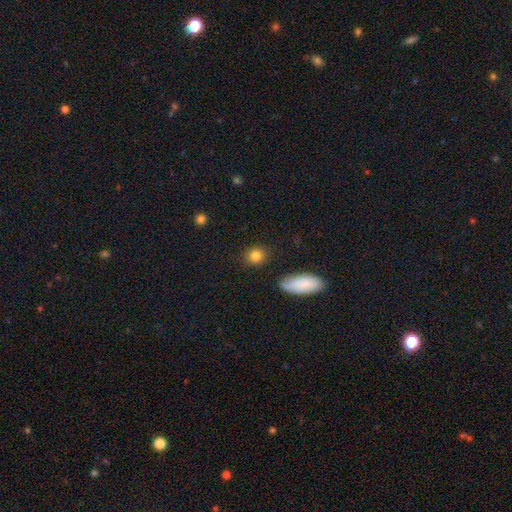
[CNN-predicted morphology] Smooth or featured? smooth (83%)
How rounded? round (75%)
Merging? none (87%)